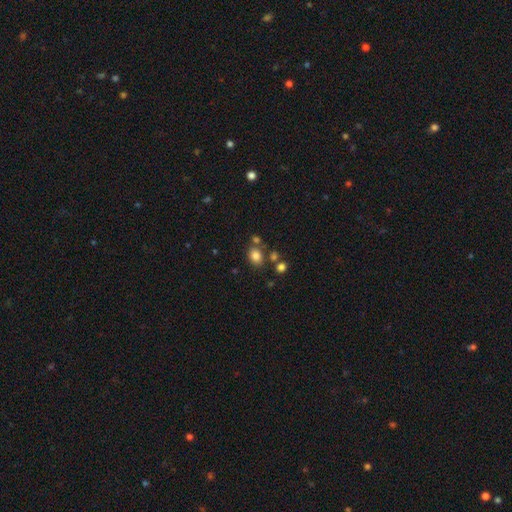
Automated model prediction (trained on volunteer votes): A smooth galaxy with no disk features (80%) that is in between round and cigar-shaped (54%).

Vote fractions:
- Smooth or featured? smooth: 80% / star or artifact: 13% / featured or disk: 7%
- How rounded? in between: 54% / round: 45% / cigar-shaped: 1%
- Merging? none: 69% / merger: 14% / minor disturbance: 12% / major disturbance: 5%